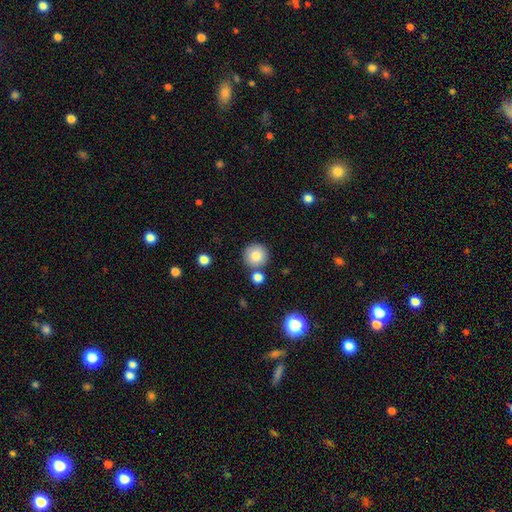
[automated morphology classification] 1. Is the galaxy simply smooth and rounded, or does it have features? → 83% smooth, 9% star or artifact, 8% featured or disk.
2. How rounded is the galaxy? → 95% round, 4% in between, 1% cigar-shaped.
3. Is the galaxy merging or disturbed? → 78% none, 12% merger, 8% minor disturbance, 2% major disturbance.